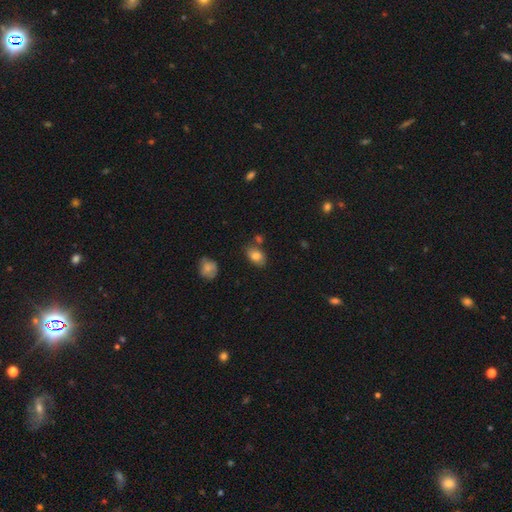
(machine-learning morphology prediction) A smooth galaxy with no disk features (81%) that is in between round and cigar-shaped (85%). Merging: none (68%).